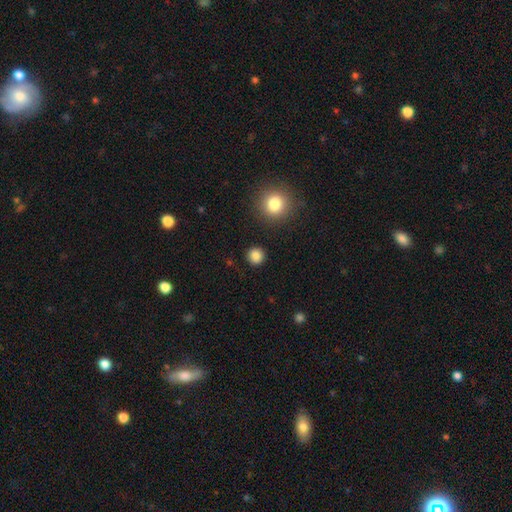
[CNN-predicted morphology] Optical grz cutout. It shows a smooth galaxy with no disk features (84%) that is round (93%). Merging: none (90%).